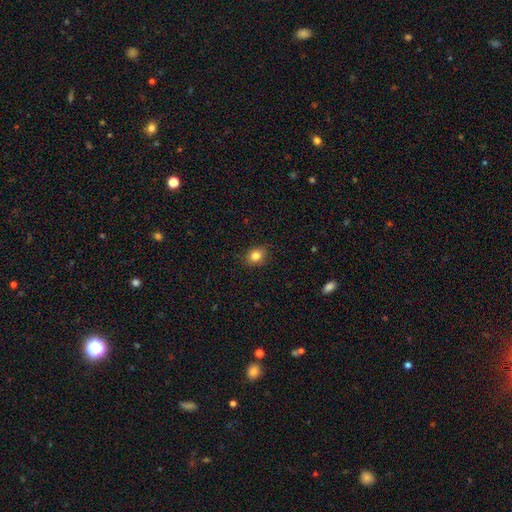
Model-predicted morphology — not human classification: Smooth or featured? smooth (82%)
How rounded? round (54%)
Merging? none (87%)